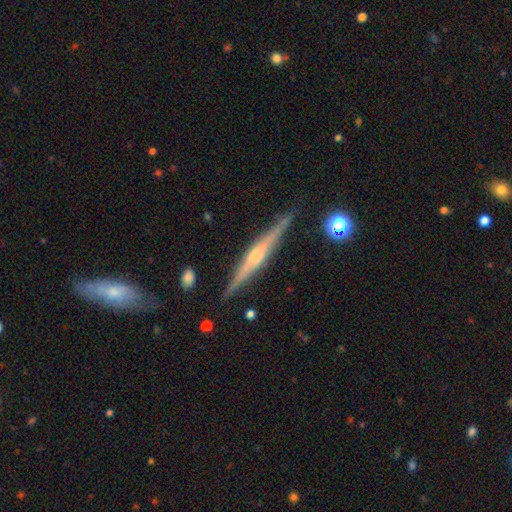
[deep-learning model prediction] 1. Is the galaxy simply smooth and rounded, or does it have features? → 76% featured or disk, 18% smooth, 6% star or artifact.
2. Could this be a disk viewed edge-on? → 98% yes, 2% no.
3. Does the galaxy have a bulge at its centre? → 65% rounded, 20% none, 15% boxy.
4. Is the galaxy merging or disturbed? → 88% none, 8% minor disturbance, 2% merger, 2% major disturbance.